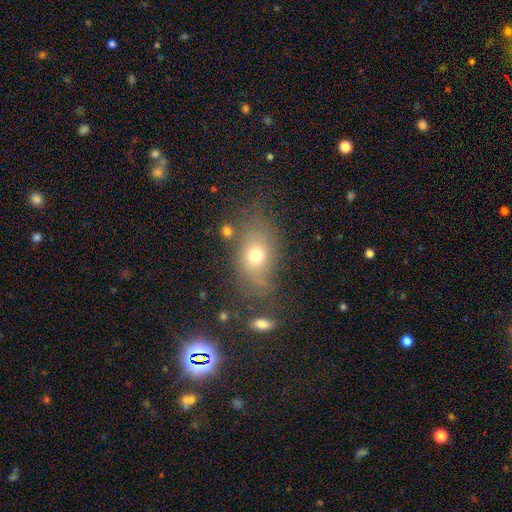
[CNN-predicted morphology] A smooth galaxy with no disk features (65%) that is in between round and cigar-shaped (72%). Merging: none (61%).